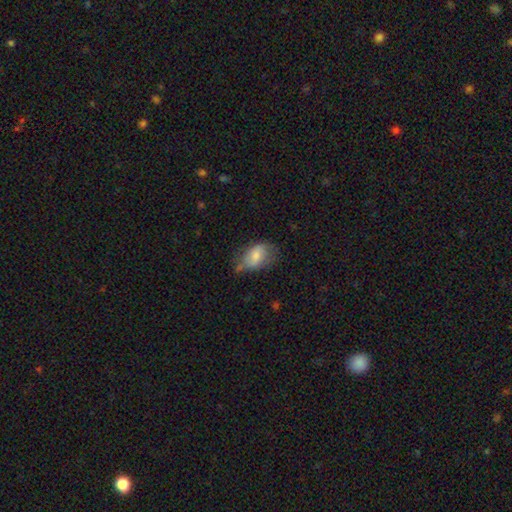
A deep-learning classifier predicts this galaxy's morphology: type=smooth (69%); roundness=in between (88%); merging=none (47%).